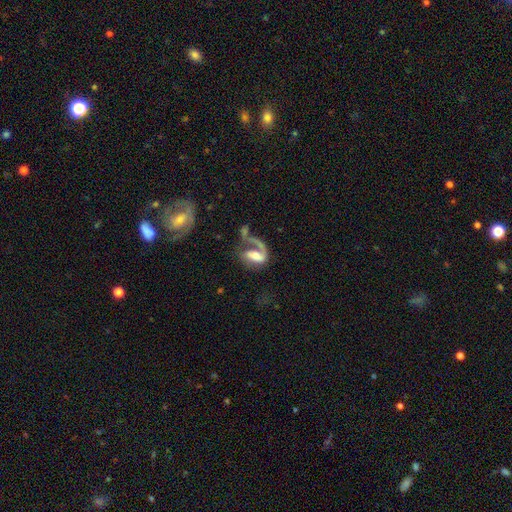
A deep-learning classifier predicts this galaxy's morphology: This appears to be a featured or disk galaxy (70%) with a weak bar (39%), 1 (71%) loose (47%) spiral arms (81%) and a moderate central bulge (45%). Merging: major disturbance (38%).